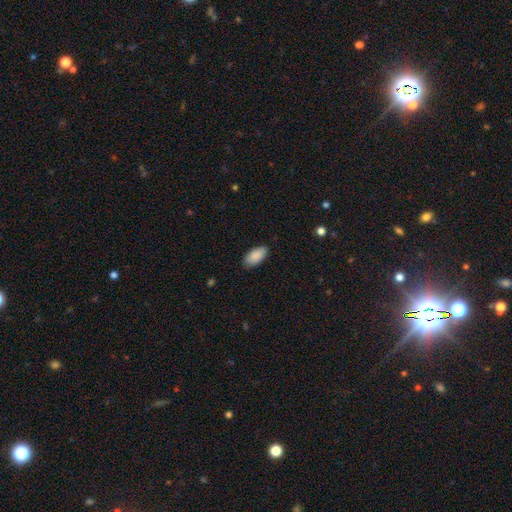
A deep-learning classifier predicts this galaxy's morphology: smooth_or_featured: smooth (p=0.89) [alt: star or artifact p=0.06]
how_rounded: in between (p=0.94) [alt: cigar-shaped p=0.04]
merging: none (p=0.84) [alt: minor disturbance p=0.13]